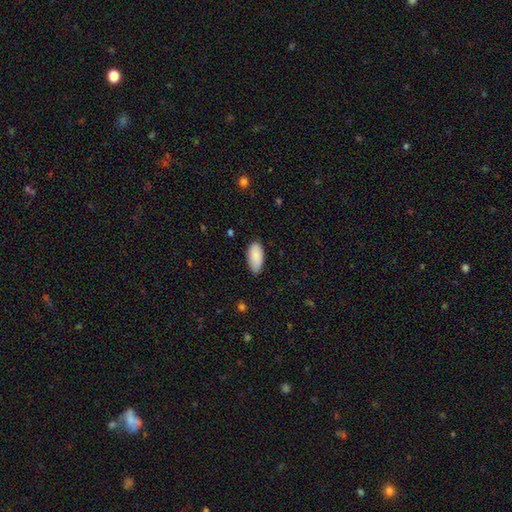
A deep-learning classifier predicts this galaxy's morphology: Overall: smooth (88%). How rounded: in between (94%). Merging: none (78%).